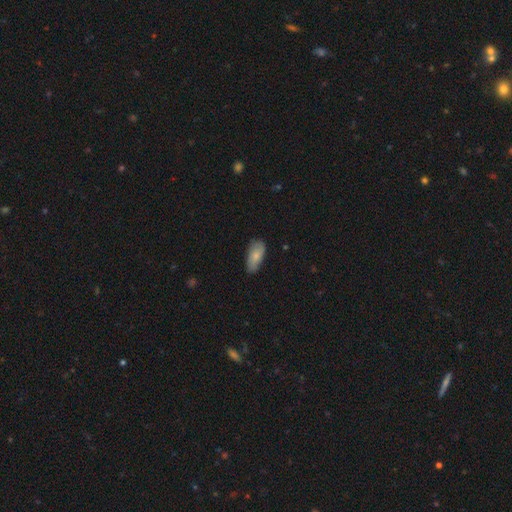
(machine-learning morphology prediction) The model was most divided on "merging": none: 72%, minor disturbance: 23%, major disturbance: 4%, merger: 1%. More confident: how rounded — in between (88%); smooth or featured — smooth (77%).